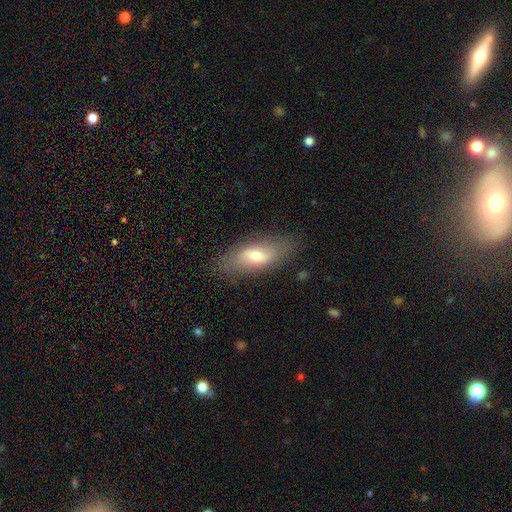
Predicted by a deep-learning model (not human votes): This is likely a smooth galaxy (60%). How rounded: likely in between (80%). Merging: clearly none (82%).